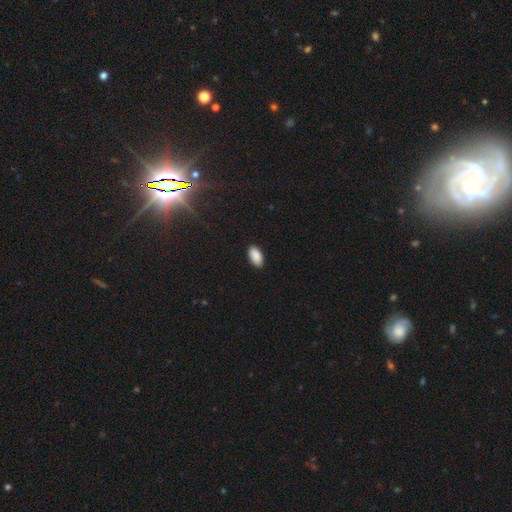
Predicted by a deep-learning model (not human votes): Smooth or featured: smooth — 90% (star or artifact — 7%)
How rounded: in between — 95% (round — 3%)
Merging: none — 88% (minor disturbance — 9%)